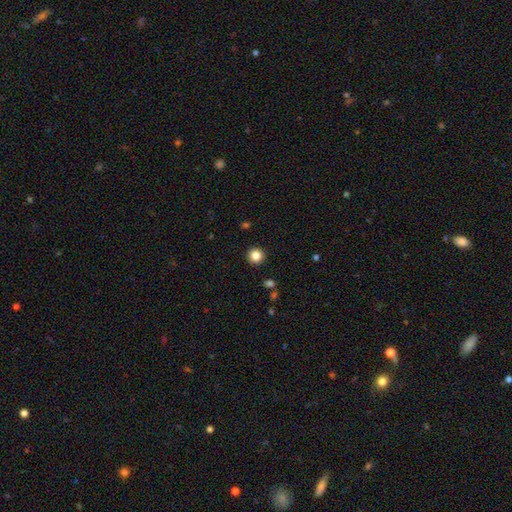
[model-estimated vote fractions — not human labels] The model was most divided on "smooth or featured": smooth: 84%, star or artifact: 11%, featured or disk: 4%. More confident: how rounded — round (95%); merging — none (93%).